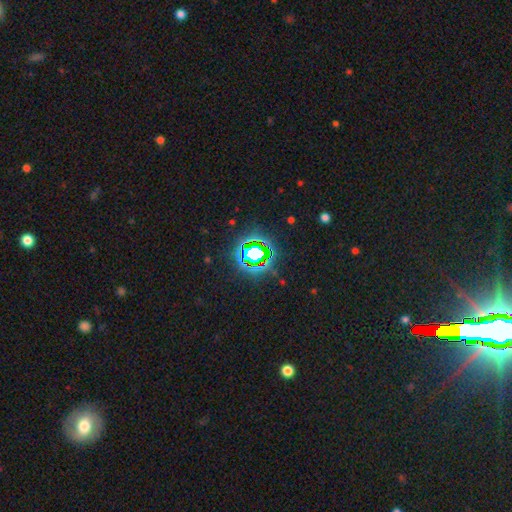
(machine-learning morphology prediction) type=star or artifact (84%).